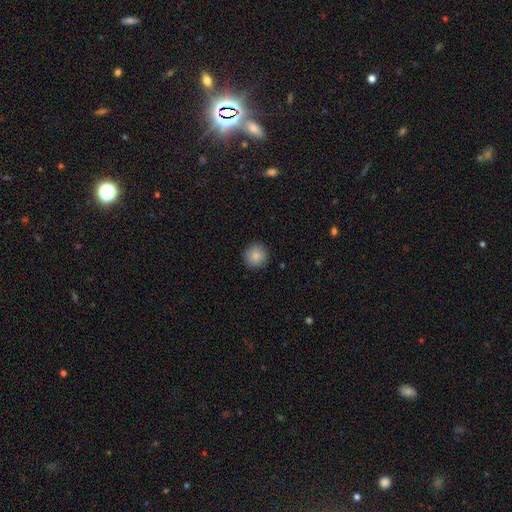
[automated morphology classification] This is clearly a smooth galaxy (87%). How rounded: clearly round (93%). Merging: clearly none (90%).